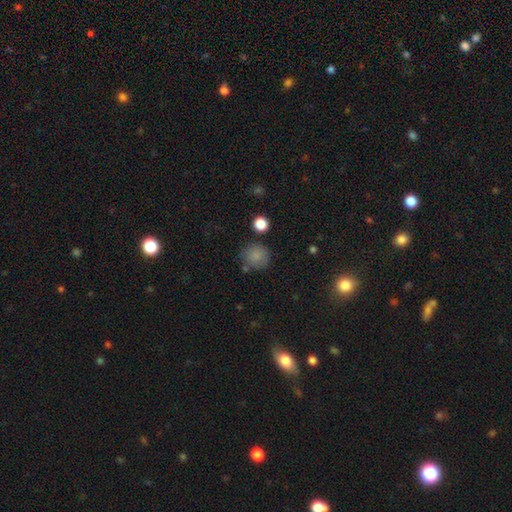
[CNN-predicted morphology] smooth_or_featured: smooth (p=0.82) [alt: star or artifact p=0.12]
how_rounded: round (p=0.89) [alt: in between p=0.10]
merging: none (p=0.74) [alt: minor disturbance p=0.15]